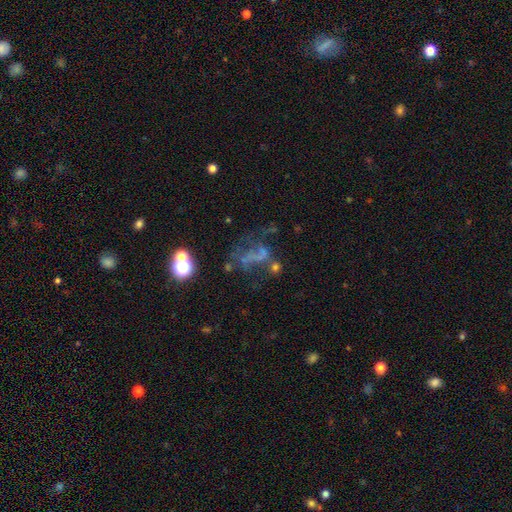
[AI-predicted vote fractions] A featured or disk galaxy (42%).

Vote fractions:
- Smooth or featured? featured or disk: 42% / star or artifact: 33% / smooth: 24%
- Merging? major disturbance: 35% / none: 34% / minor disturbance: 15% / merger: 15%